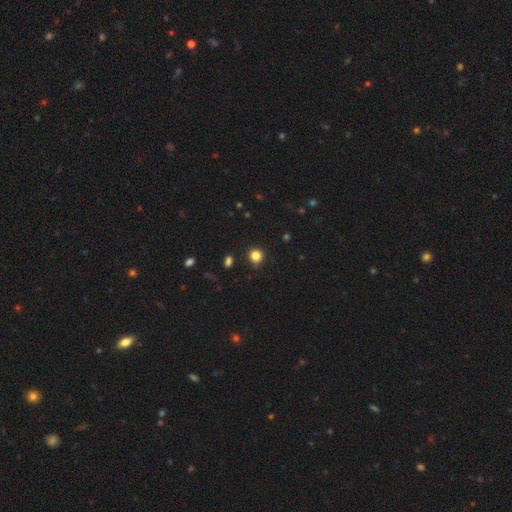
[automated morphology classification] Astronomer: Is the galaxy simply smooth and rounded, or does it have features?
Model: smooth — 84%.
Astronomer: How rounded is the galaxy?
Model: round — 88%.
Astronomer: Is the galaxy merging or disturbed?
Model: none — 86%.